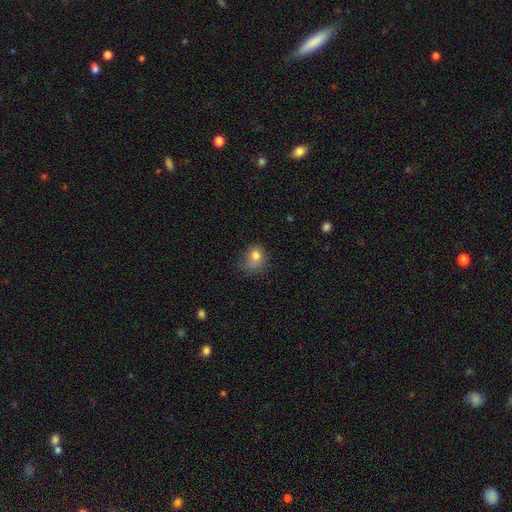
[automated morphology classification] type=smooth (78%); roundness=round (53%); merging=none (43%).